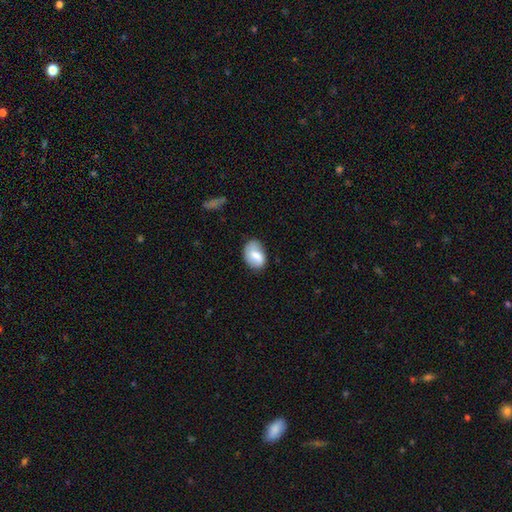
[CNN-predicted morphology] Smooth or featured? smooth (70%)
How rounded? in between (82%)
Merging? none (62%)